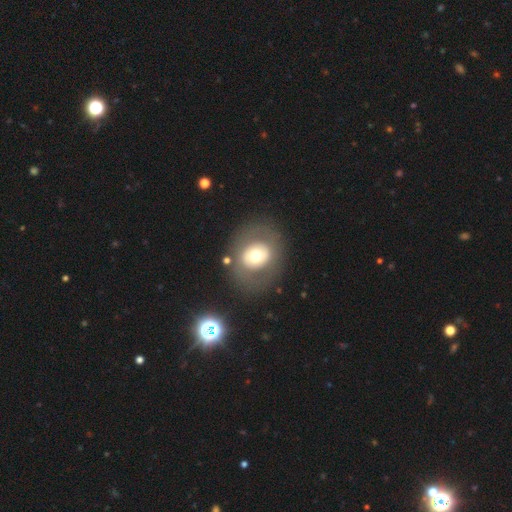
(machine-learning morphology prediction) A smooth galaxy with no disk features (51%) that is round (67%).

Vote fractions:
- Smooth or featured? smooth: 51% / featured or disk: 40% / star or artifact: 9%
- How rounded? round: 67% / in between: 32% / cigar-shaped: 1%
- Merging? none: 78% / minor disturbance: 11% / major disturbance: 9% / merger: 3%